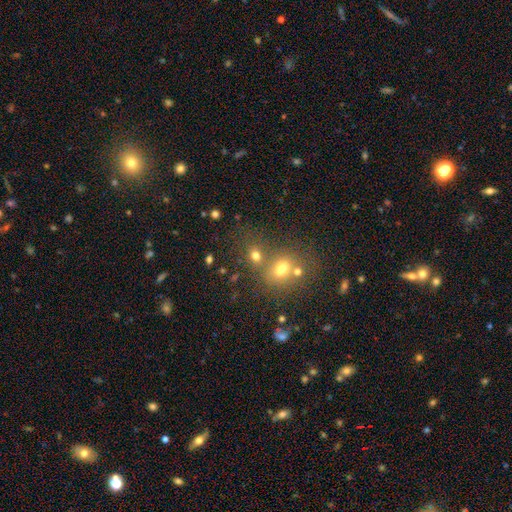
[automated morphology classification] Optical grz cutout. It shows a smooth galaxy with no disk features (68%) that is round (58%). Merging: none (48%).